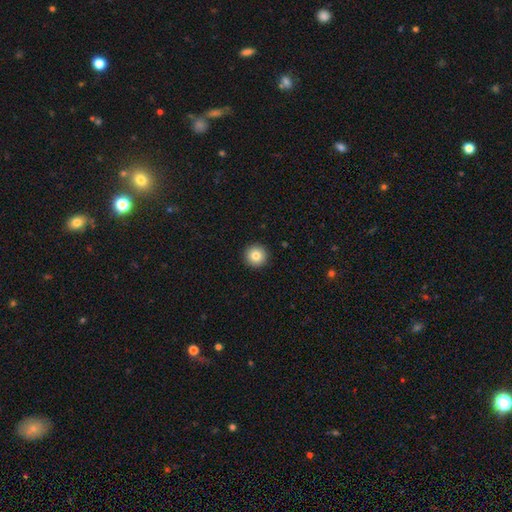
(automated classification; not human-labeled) Morphology: type=smooth (83%); roundness=round (96%); merging=none (94%).